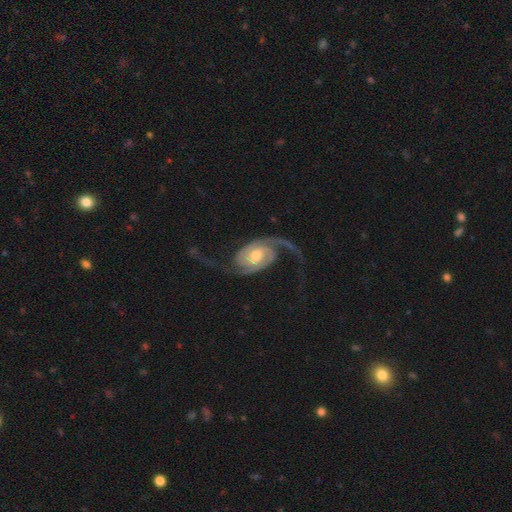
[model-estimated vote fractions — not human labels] Smooth or featured?
  - featured or disk: 93% *
  - star or artifact: 4%
  - smooth: 3%
Edge-on disk?
  - no: 97% *
  - yes: 3%
Bar?
  - no: 57% *
  - weak: 30%
  - strong: 13%
Spiral arms?
  - yes: 98% *
  - no: 2%
Spiral winding?
  - loose: 44% *
  - medium: 37%
  - tight: 20%
Spiral arm count?
  - 2: 93% *
  - can't tell: 2%
  - 3: 2%
  - 1: 2%
  - 4: 1%
  - more than 4: 1%
Bulge size?
  - moderate: 64% *
  - small: 26%
  - large: 6%
  - none: 2%
  - dominant: 1%
Merging?
  - none: 67% *
  - major disturbance: 19%
  - minor disturbance: 12%
  - merger: 2%